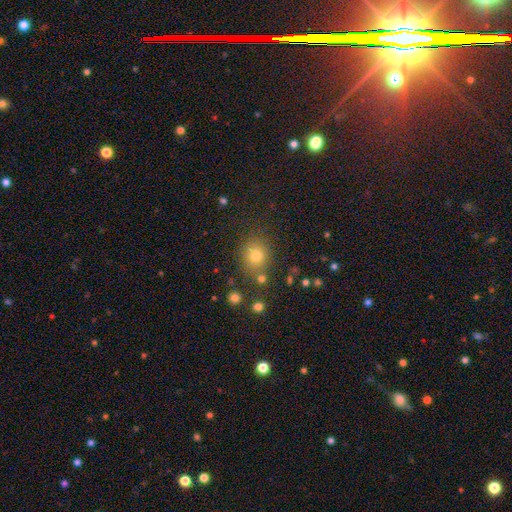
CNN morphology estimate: The model was most divided on "smooth or featured": smooth: 75%, star or artifact: 17%, featured or disk: 8%. More confident: merging — none (80%); how rounded — round (79%).